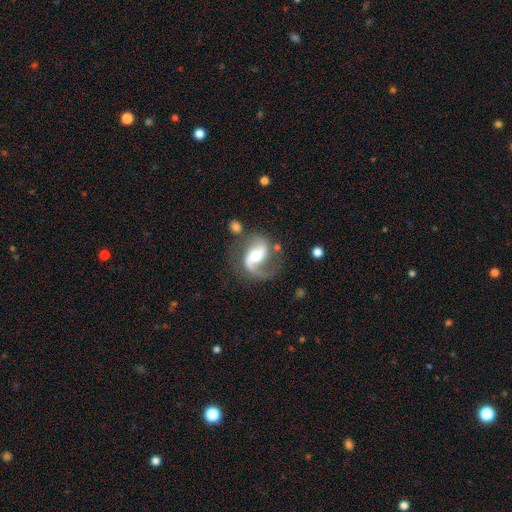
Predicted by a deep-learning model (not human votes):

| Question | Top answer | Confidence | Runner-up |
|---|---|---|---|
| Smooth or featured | featured or disk | 86% | smooth (9%) |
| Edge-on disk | no | 97% | yes (3%) |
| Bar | weak | 38% | no (34%) |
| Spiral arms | yes | 95% | no (5%) |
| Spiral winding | loose | 53% | medium (39%) |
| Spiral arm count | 2 | 80% | 1 (15%) |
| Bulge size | moderate | 71% | small (16%) |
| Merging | none | 63% | minor disturbance (18%) |